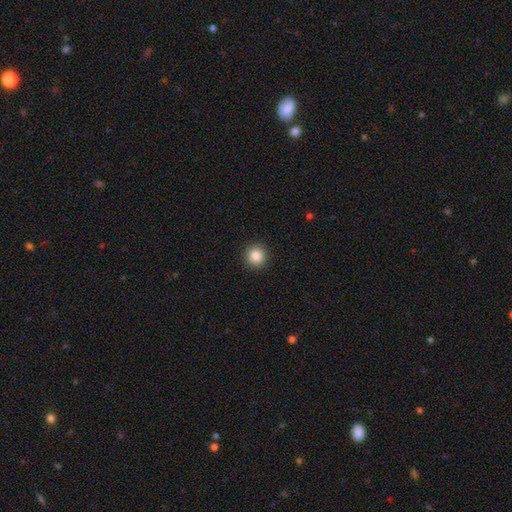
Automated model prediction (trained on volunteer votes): This is clearly a smooth galaxy (86%). How rounded: clearly round (95%). Merging: clearly none (93%).